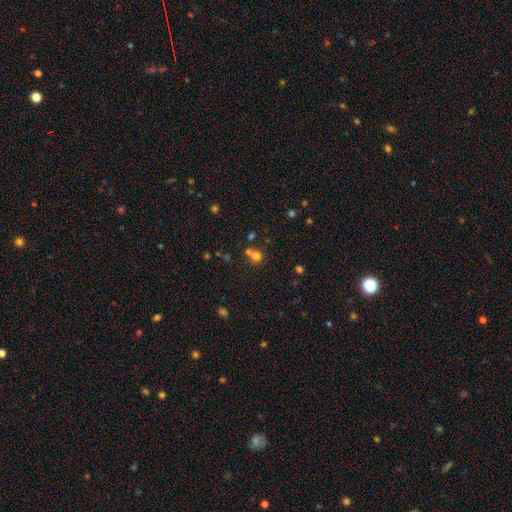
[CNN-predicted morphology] Overall: smooth (70%). How rounded: round (81%). Merging: merger (44%, tied with none).